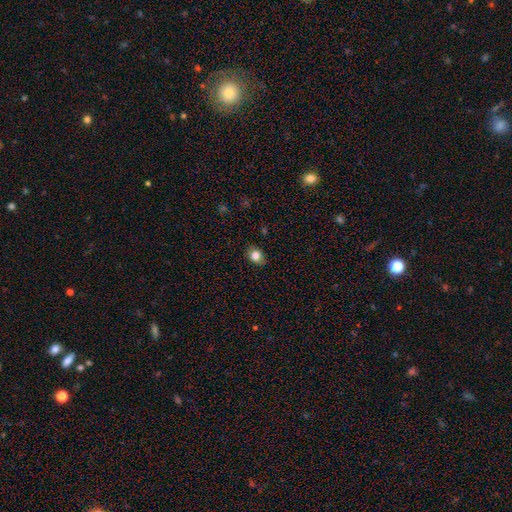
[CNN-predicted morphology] Smooth or featured: smooth — 82% (star or artifact — 10%)
How rounded: round — 53% (in between — 46%)
Merging: none — 85% (minor disturbance — 12%)